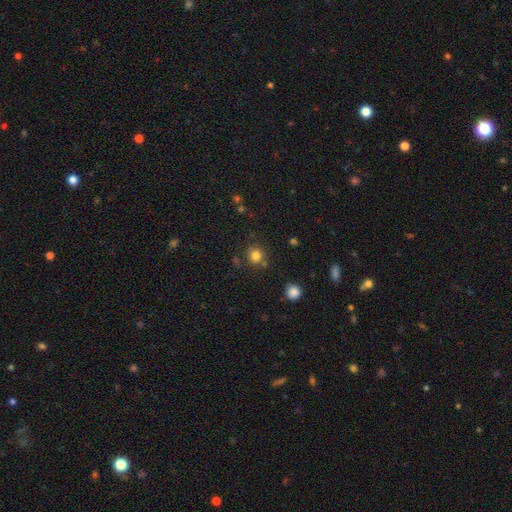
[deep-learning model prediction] A smooth galaxy with no disk features (80%) that is round (88%).

Vote fractions:
- Smooth or featured? smooth: 80% / star or artifact: 13% / featured or disk: 7%
- How rounded? round: 88% / in between: 11% / cigar-shaped: 1%
- Merging? none: 79% / minor disturbance: 10% / merger: 8% / major disturbance: 3%